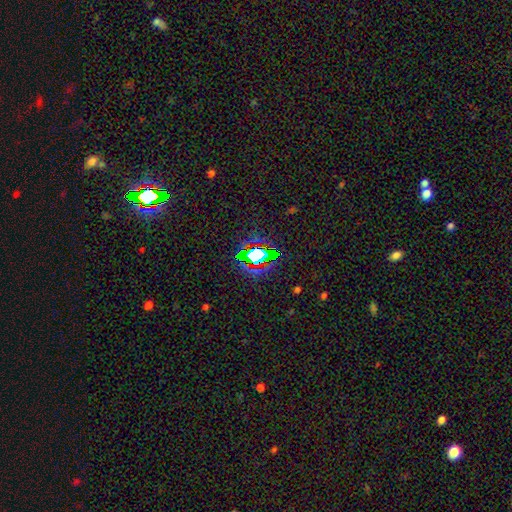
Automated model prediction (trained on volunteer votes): This is likely a star or artifact rather than a galaxy (67%).